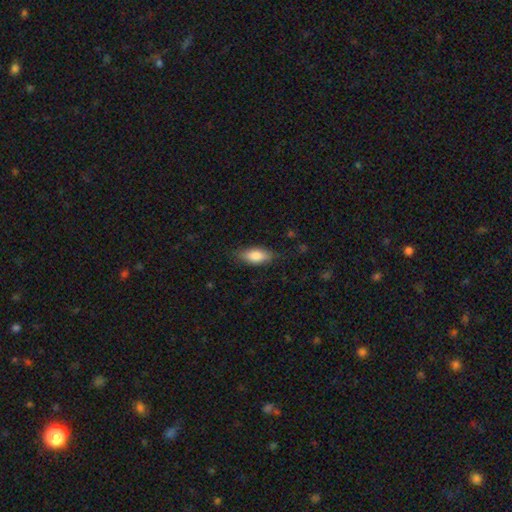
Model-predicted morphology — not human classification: This is clearly a smooth galaxy (82%). How rounded: clearly in between (82%). Merging: likely none (78%).